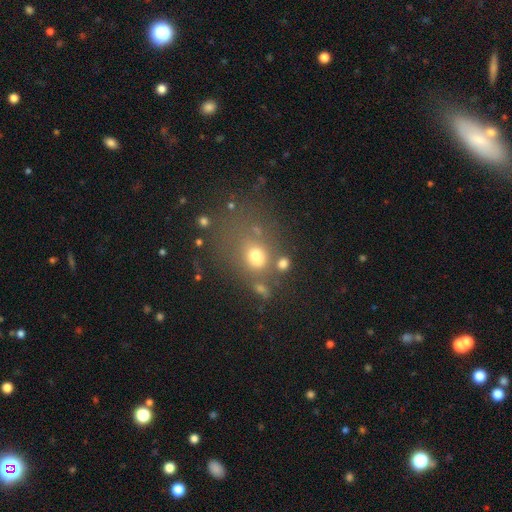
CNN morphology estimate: A smooth galaxy with no disk features (60%) that is round (53%). Merging: none (49%).